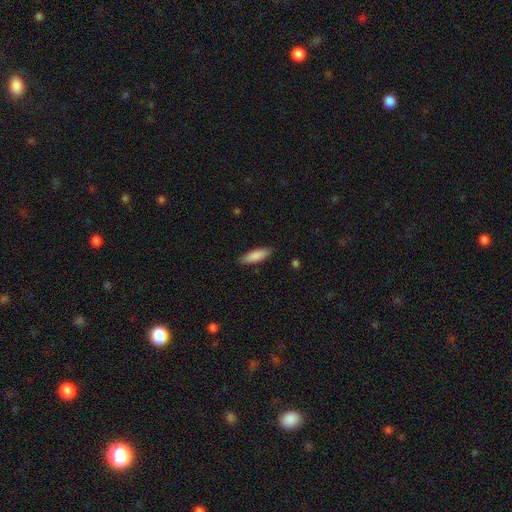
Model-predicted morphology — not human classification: smooth_or_featured: smooth (p=0.86) [alt: featured or disk p=0.08]
how_rounded: cigar-shaped (p=0.50) [alt: in between p=0.48]
merging: none (p=0.87) [alt: minor disturbance p=0.09]